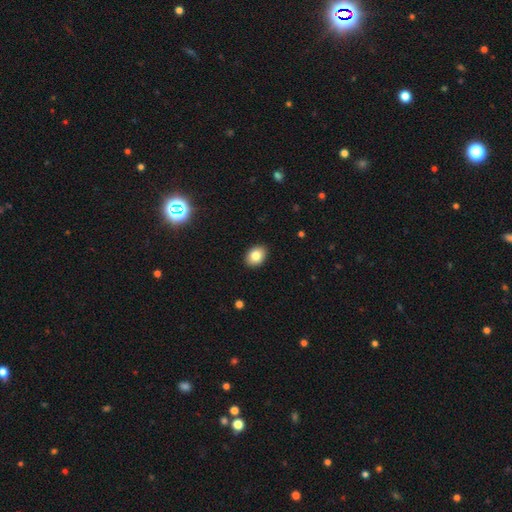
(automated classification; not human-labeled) Q: Smooth or featured?
A: smooth (82%); runner-up: featured or disk (9%)
Q: How rounded?
A: in between (71%); runner-up: round (28%)
Q: Merging?
A: none (90%); runner-up: minor disturbance (7%)